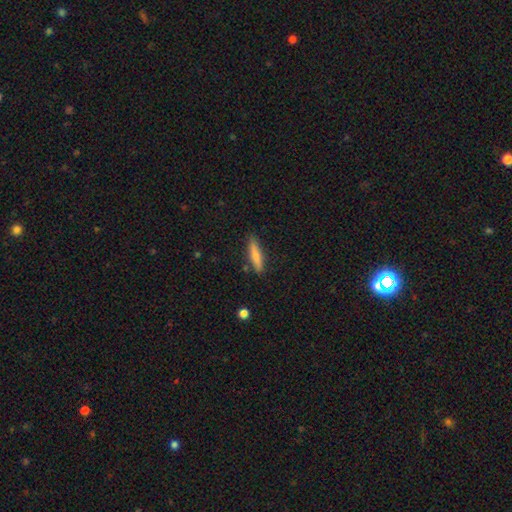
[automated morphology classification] The model was most divided on "smooth or featured": smooth: 77%, featured or disk: 17%, star or artifact: 6%. More confident: merging — none (83%); how rounded — cigar-shaped (82%).